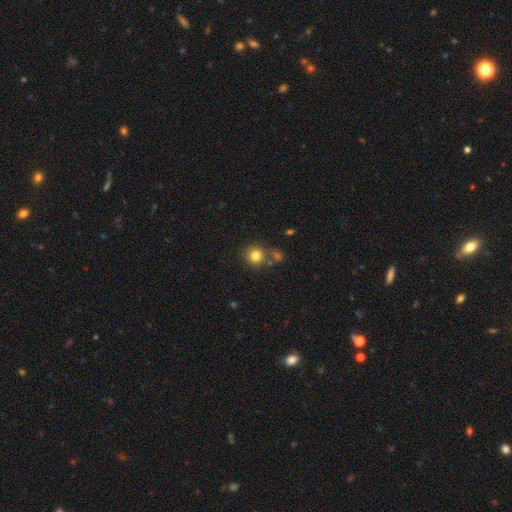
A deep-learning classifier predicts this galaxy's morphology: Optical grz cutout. It shows a smooth galaxy with no disk features (81%) that is round (91%). Merging: none (72%).